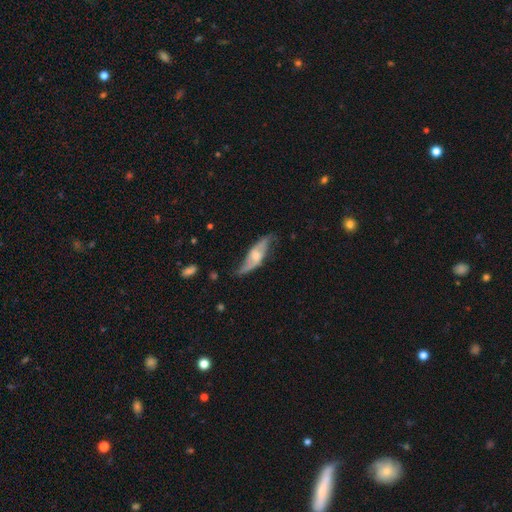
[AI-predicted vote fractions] This appears to be a featured or disk galaxy (70%) with no bar (56%), spiral arms (85%) and a moderate central bulge (47%). Merging: none (61%).